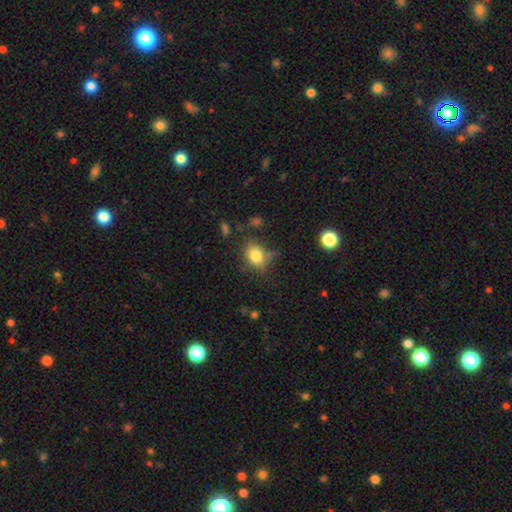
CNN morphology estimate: This appears to be a smooth galaxy with no disk features (79%) that is in between round and cigar-shaped (60%). Merging: none (63%).